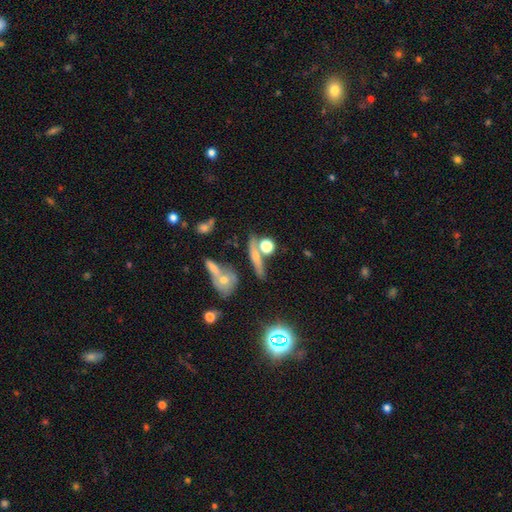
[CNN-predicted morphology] A smooth galaxy with no disk features (44%).

Vote fractions:
- Smooth or featured? smooth: 44% / featured or disk: 38% / star or artifact: 19%
- Merging? none: 61% / merger: 20% / minor disturbance: 13% / major disturbance: 6%